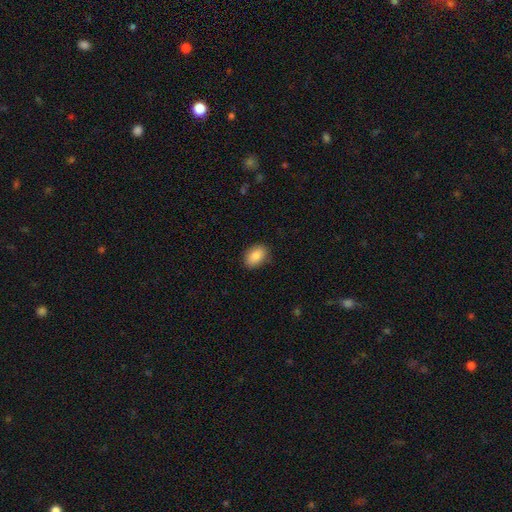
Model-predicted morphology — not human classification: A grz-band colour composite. It shows a smooth galaxy with no disk features (87%) that is in between round and cigar-shaped (87%). Merging: none (85%).